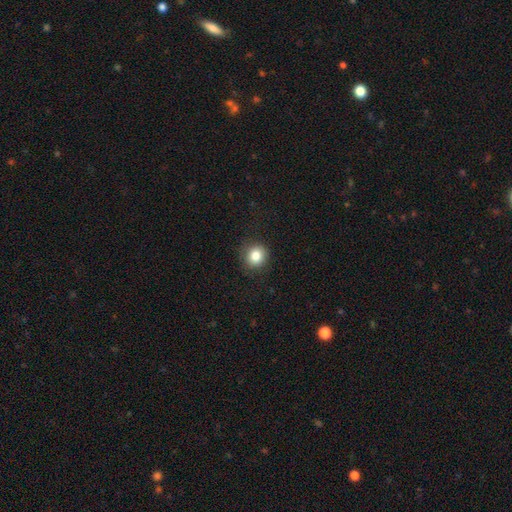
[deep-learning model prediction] smooth-or-featured: smooth: 84% | star or artifact: 10% | featured or disk: 6%
  how-rounded: round: 86% | in between: 13% | cigar-shaped: 1%
  merging: none: 88% | minor disturbance: 9% | major disturbance: 3% | merger: 1%